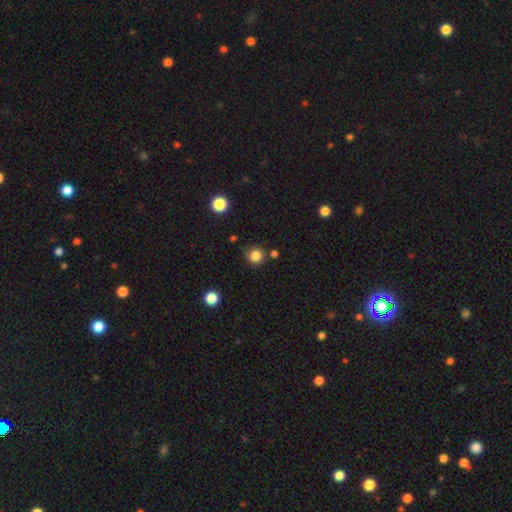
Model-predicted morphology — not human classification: Smooth or featured: smooth — 83% (star or artifact — 12%)
How rounded: round — 93% (in between — 6%)
Merging: none — 83% (minor disturbance — 10%)